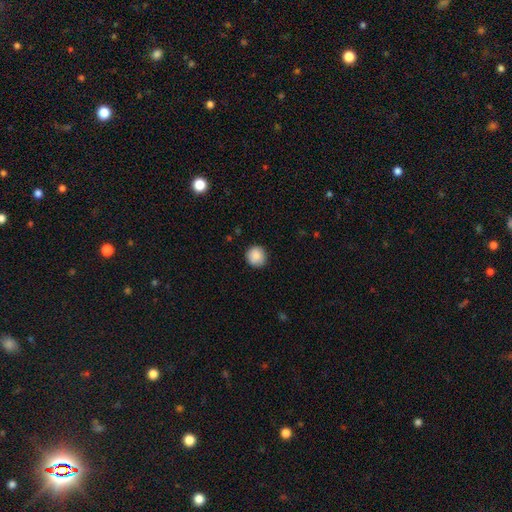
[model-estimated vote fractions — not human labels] Smooth or featured? smooth (88%)
How rounded? round (93%)
Merging? none (88%)